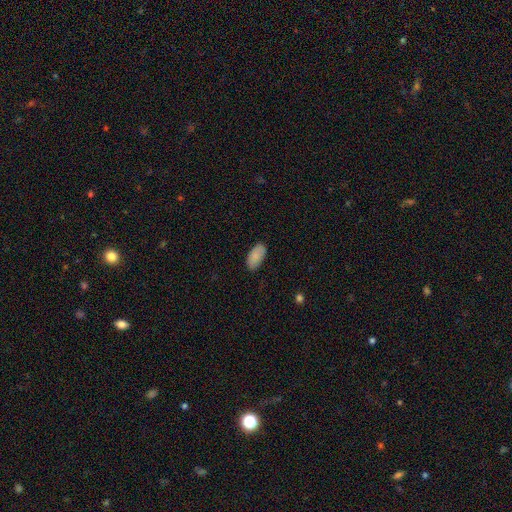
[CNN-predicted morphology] Smooth or featured? smooth (88%)
How rounded? in between (95%)
Merging? none (85%)